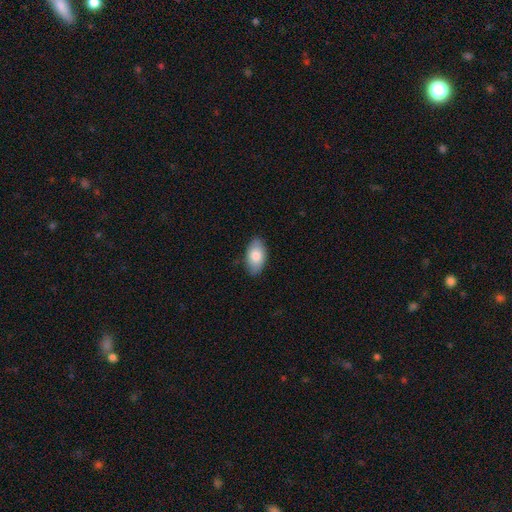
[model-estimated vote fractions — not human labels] Q: Smooth or featured?
A: smooth (81%); runner-up: featured or disk (13%)
Q: How rounded?
A: in between (94%); runner-up: round (4%)
Q: Merging?
A: none (83%); runner-up: minor disturbance (13%)